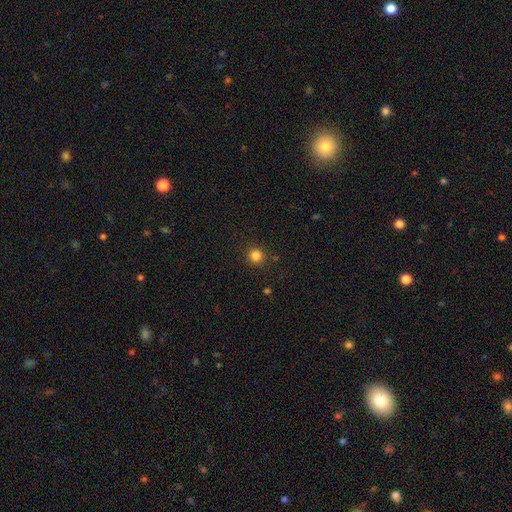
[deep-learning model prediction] smooth-or-featured: smooth: 83% | star or artifact: 13% | featured or disk: 4%
  how-rounded: round: 93% | in between: 6% | cigar-shaped: 1%
  merging: none: 90% | minor disturbance: 6% | major disturbance: 2% | merger: 2%